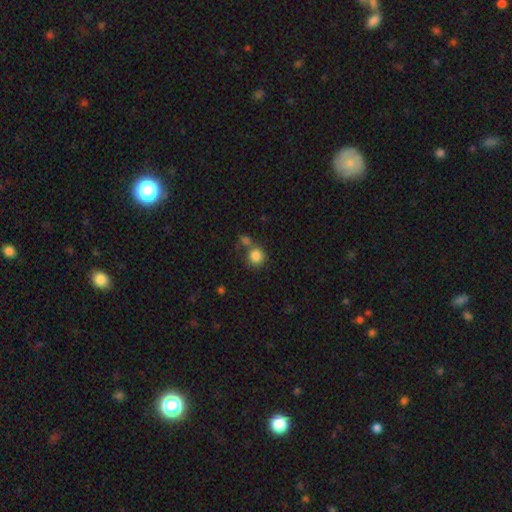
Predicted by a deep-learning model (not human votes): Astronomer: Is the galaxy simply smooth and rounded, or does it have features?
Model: smooth — 85%.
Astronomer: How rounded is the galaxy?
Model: round — 88%.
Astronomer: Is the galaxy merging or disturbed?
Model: none — 58%.